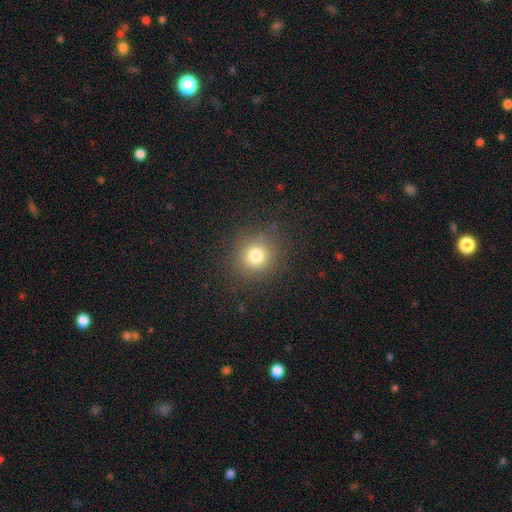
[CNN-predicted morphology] A smooth galaxy with no disk features (77%) that is round (90%).

Vote fractions:
- Smooth or featured? smooth: 77% / star or artifact: 15% / featured or disk: 8%
- How rounded? round: 90% / in between: 9% / cigar-shaped: 1%
- Merging? none: 86% / minor disturbance: 8% / major disturbance: 4% / merger: 1%